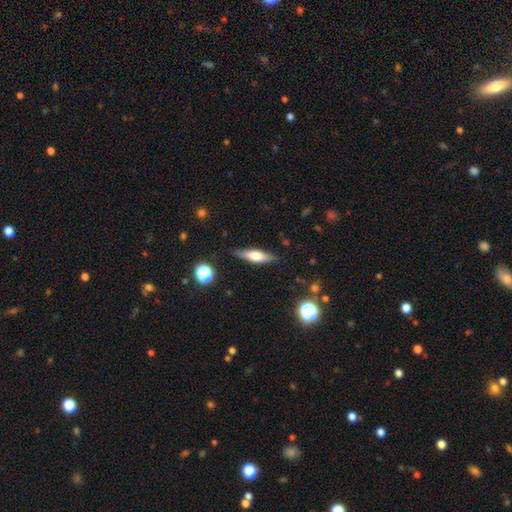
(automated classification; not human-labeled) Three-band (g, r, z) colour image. It shows a smooth galaxy with no disk features (53%) that is cigar-shaped (63%). Merging: none (85%).